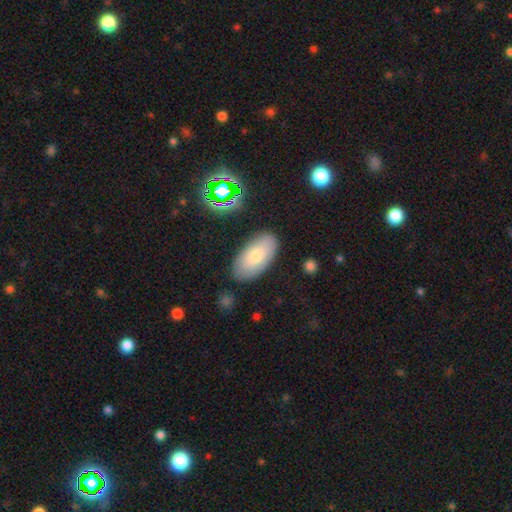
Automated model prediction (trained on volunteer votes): Smooth or featured? smooth (70%)
How rounded? in between (93%)
Merging? none (83%)